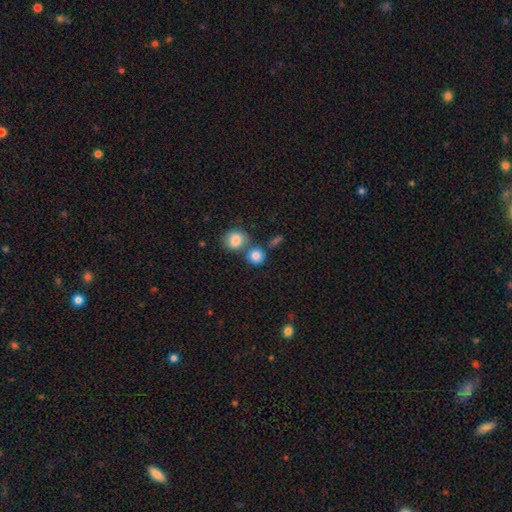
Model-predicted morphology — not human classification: Smooth or featured?
  - smooth: 83% *
  - star or artifact: 9%
  - featured or disk: 8%
How rounded?
  - round: 83% *
  - in between: 16%
  - cigar-shaped: 1%
Merging?
  - none: 53% *
  - merger: 34%
  - minor disturbance: 9%
  - major disturbance: 3%